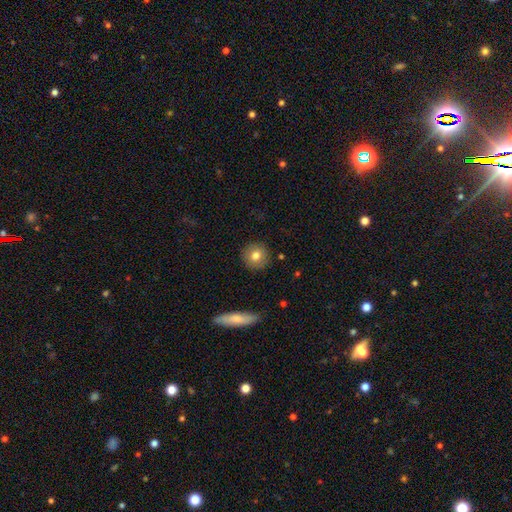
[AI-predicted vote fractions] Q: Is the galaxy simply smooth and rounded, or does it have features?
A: smooth — 78%.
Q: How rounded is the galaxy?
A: round — 93%.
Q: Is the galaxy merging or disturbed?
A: none — 90%.